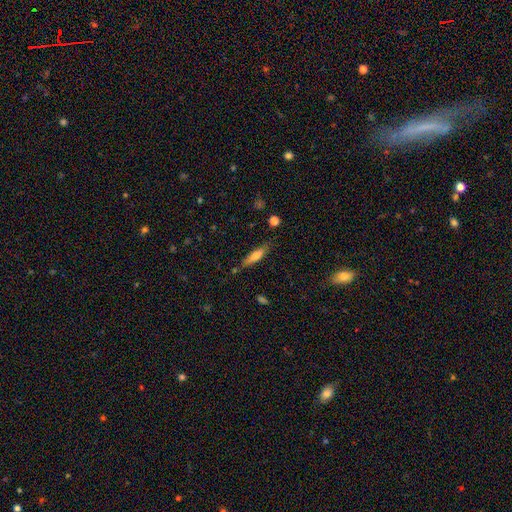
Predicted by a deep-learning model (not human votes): smooth-or-featured: smooth: 64% | featured or disk: 29% | star or artifact: 7%
  how-rounded: cigar-shaped: 72% | in between: 27% | round: 2%
  merging: none: 78% | minor disturbance: 15% | merger: 4% | major disturbance: 3%